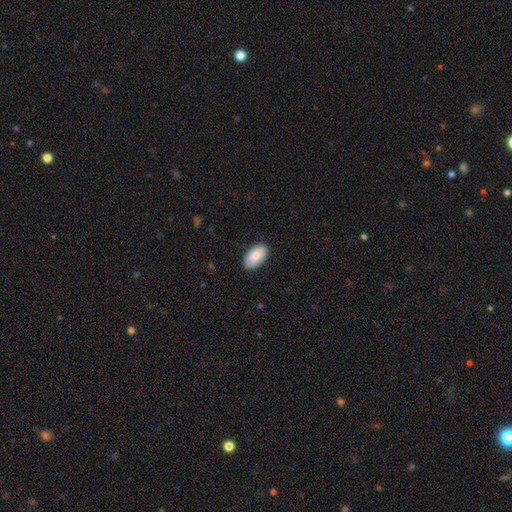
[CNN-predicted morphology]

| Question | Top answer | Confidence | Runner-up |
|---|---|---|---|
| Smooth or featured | smooth | 86% | featured or disk (8%) |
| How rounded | in between | 96% | round (3%) |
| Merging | none | 87% | minor disturbance (10%) |